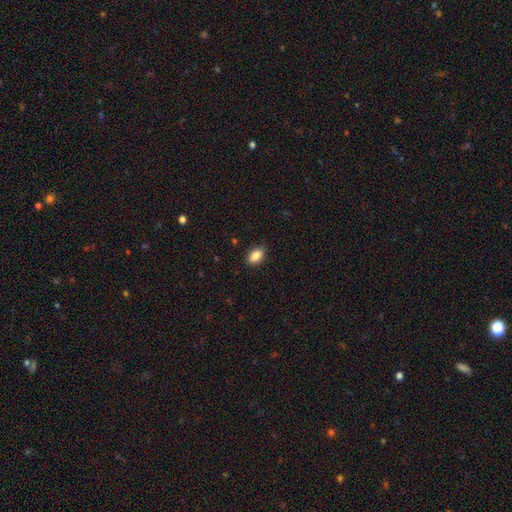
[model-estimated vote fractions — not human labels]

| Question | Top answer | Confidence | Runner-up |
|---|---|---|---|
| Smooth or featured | smooth | 87% | star or artifact (8%) |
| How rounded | in between | 87% | round (11%) |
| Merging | none | 87% | minor disturbance (10%) |